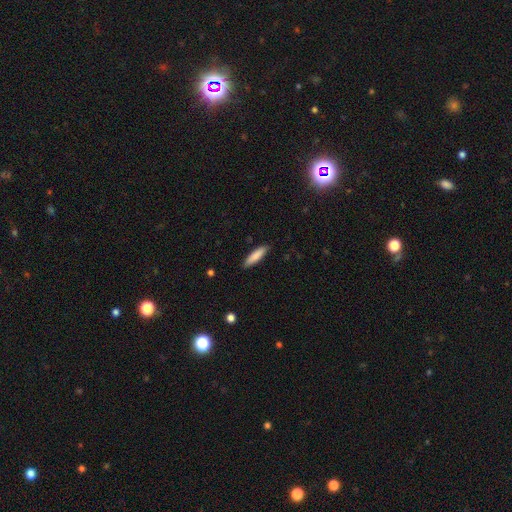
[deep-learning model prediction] A smooth galaxy with no disk features (84%) that is cigar-shaped (72%). Merging: none (87%).